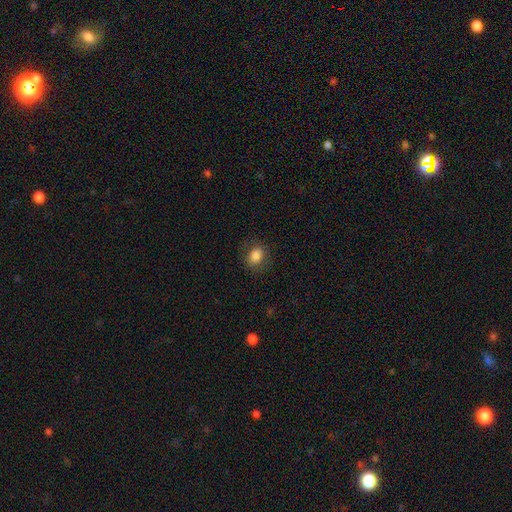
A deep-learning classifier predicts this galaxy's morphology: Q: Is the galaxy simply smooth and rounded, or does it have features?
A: smooth — 84%.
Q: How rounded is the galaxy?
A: in between — 55%.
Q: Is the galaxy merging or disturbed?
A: none — 82%.